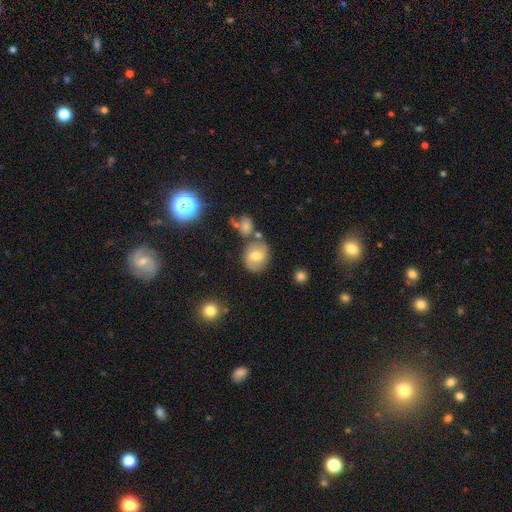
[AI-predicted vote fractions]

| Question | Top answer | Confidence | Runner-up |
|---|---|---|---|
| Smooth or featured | smooth | 61% | featured or disk (29%) |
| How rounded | round | 64% | in between (35%) |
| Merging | none | 72% | minor disturbance (14%) |